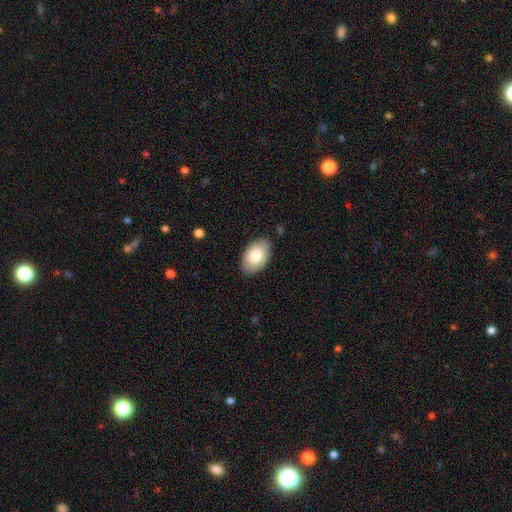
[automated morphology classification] Smooth or featured? smooth (82%)
How rounded? in between (93%)
Merging? none (85%)